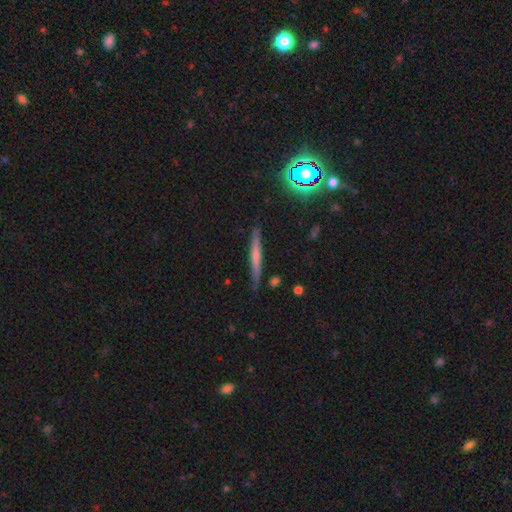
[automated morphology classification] A featured or disk galaxy (45%).

Vote fractions:
- Smooth or featured? featured or disk: 45% / smooth: 43% / star or artifact: 12%
- Merging? none: 87% / minor disturbance: 9% / major disturbance: 2% / merger: 2%